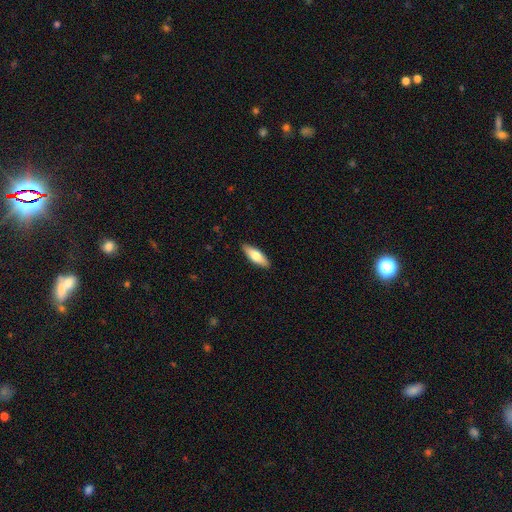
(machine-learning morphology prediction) smooth-or-featured: smooth: 71% | featured or disk: 24% | star or artifact: 5%
  how-rounded: in between: 58% | cigar-shaped: 40% | round: 2%
  merging: none: 89% | minor disturbance: 9% | major disturbance: 2% | merger: 1%